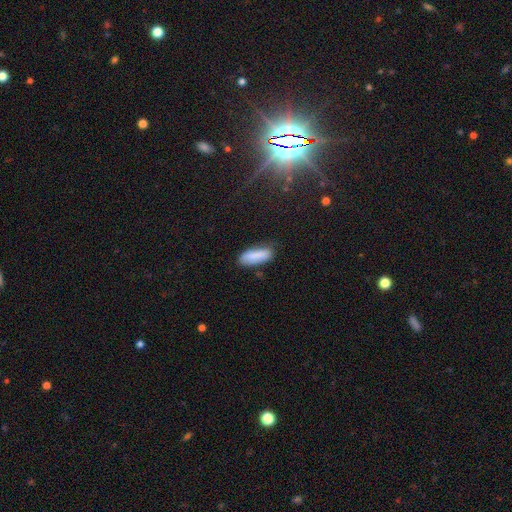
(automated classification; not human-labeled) This is clearly a smooth galaxy (84%). How rounded: likely in between (66%). Merging: likely none (71%).